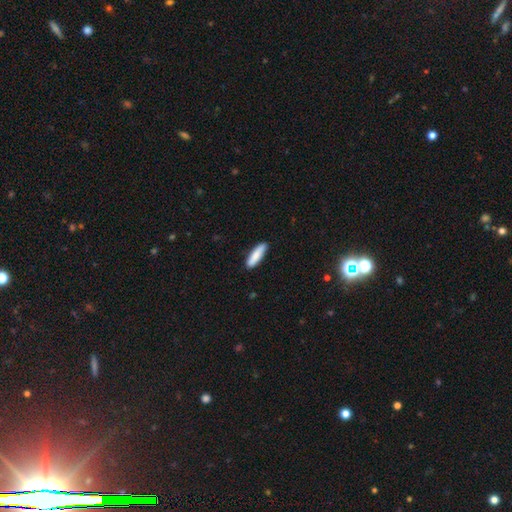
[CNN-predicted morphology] smooth_or_featured: smooth (p=0.84) [alt: featured or disk p=0.11]
how_rounded: cigar-shaped (p=0.67) [alt: in between p=0.31]
merging: none (p=0.87) [alt: minor disturbance p=0.10]